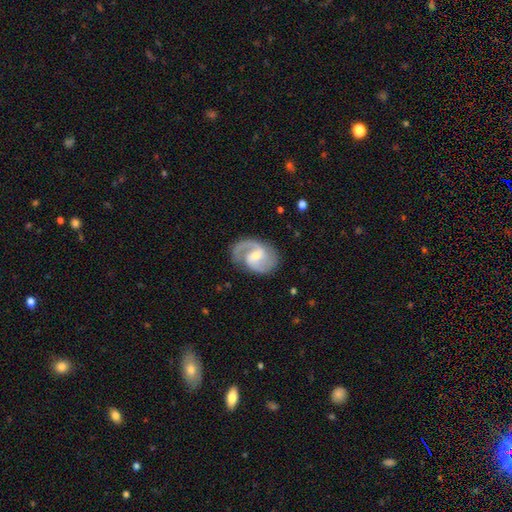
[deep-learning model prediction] This appears to be a featured or disk galaxy (87%) with a weak bar (54%), 2 (86%) medium (56%) spiral arms (97%) and a small central bulge (49%). Merging: none (75%).